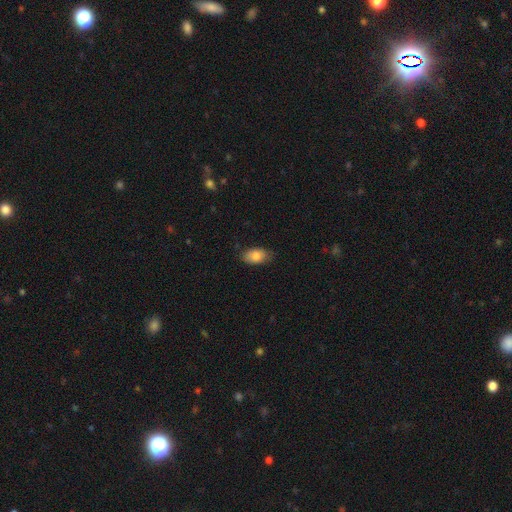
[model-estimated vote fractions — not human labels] The model was most divided on "merging": none: 78%, minor disturbance: 18%, major disturbance: 3%, merger: 1%. More confident: how rounded — in between (92%); smooth or featured — smooth (83%).